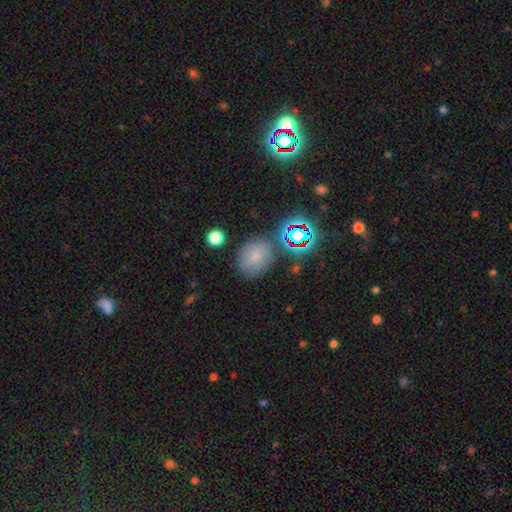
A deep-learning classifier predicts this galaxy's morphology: smooth_or_featured: smooth (p=0.65) [alt: star or artifact p=0.23]
how_rounded: round (p=0.51) [alt: in between p=0.47]
merging: none (p=0.72) [alt: minor disturbance p=0.17]